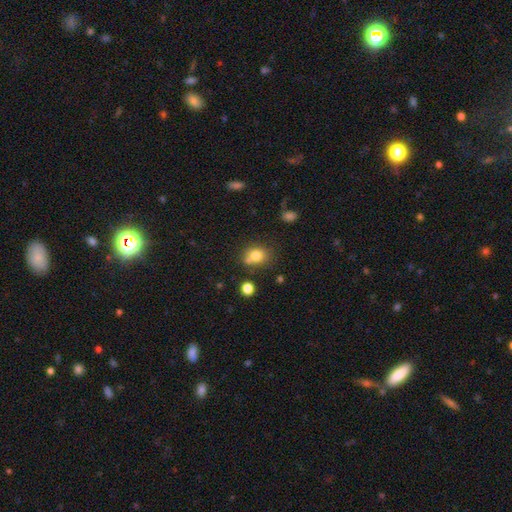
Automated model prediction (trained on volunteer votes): This appears to be a smooth galaxy with no disk features (78%) that is round (62%). Merging: none (60%).